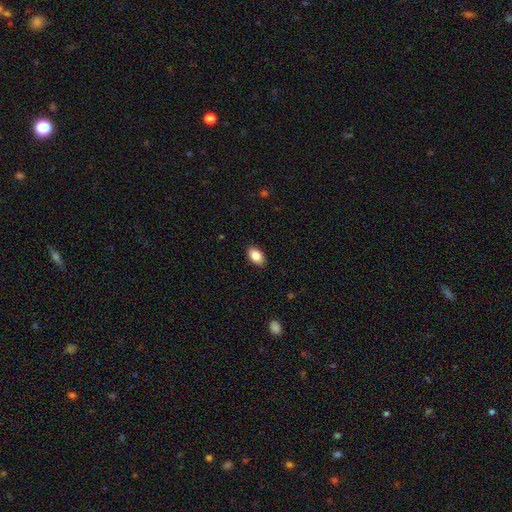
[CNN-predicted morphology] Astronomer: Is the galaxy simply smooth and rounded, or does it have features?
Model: smooth — 86%.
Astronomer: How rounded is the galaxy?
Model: in between — 91%.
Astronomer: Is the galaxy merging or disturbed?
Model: none — 88%.